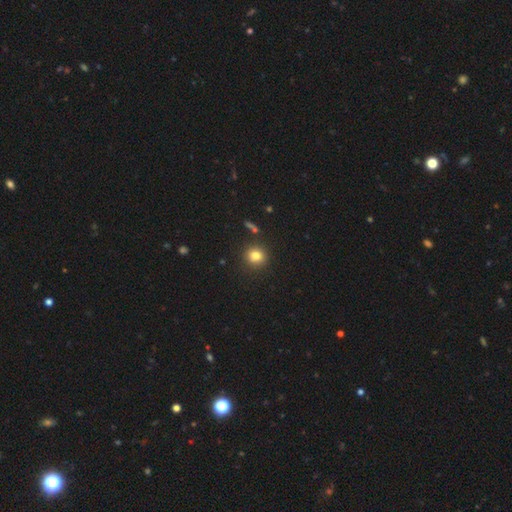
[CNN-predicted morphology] Smooth or featured? Predicted: smooth (p=0.80). How rounded? Predicted: round (p=0.89). Merging? Predicted: none (p=0.86).